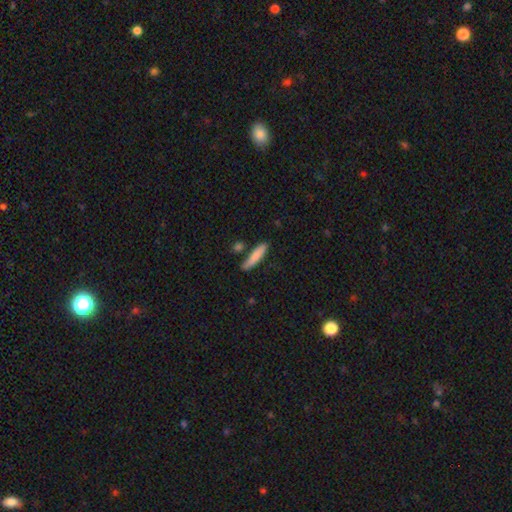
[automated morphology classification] Smooth or featured?
  - smooth: 81% *
  - featured or disk: 13%
  - star or artifact: 6%
How rounded?
  - cigar-shaped: 82% *
  - in between: 17%
  - round: 2%
Merging?
  - none: 72% *
  - minor disturbance: 17%
  - merger: 8%
  - major disturbance: 4%